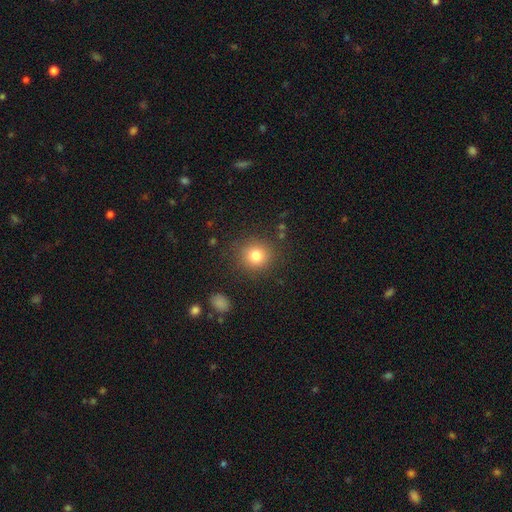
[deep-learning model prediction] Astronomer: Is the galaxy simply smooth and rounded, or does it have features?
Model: smooth — 80%.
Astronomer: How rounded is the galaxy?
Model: round — 89%.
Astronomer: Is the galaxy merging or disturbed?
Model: none — 86%.